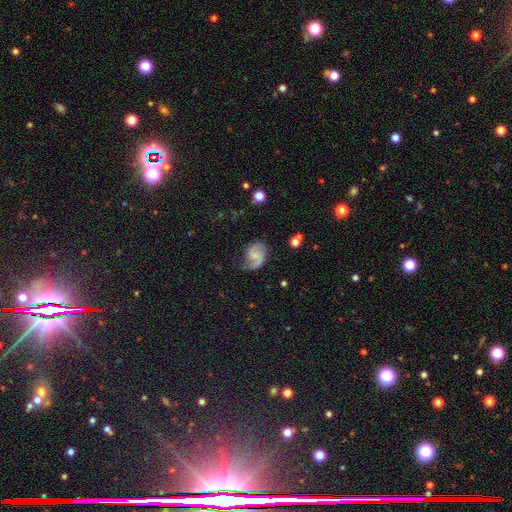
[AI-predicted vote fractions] A featured or disk galaxy (72%) with no bar (50%), 2 (75%) medium (43%) spiral arms (94%) and no central bulge (55%).

Vote fractions:
- Smooth or featured? featured or disk: 72% / smooth: 20% / star or artifact: 8%
- Edge-on disk? no: 98% / yes: 2%
- Bar? no: 50% / weak: 40% / strong: 10%
- Spiral arms? yes: 94% / no: 6%
- Spiral winding? medium: 43% / loose: 41% / tight: 17%
- Spiral arm count? 2: 75% / 1: 18% / can't tell: 4% / 3: 1% / 4: 1% / more than 4: 1%
- Bulge size? none: 55% / small: 29% / moderate: 12% / large: 3% / dominant: 1%
- Merging? none: 60% / minor disturbance: 24% / major disturbance: 14% / merger: 2%